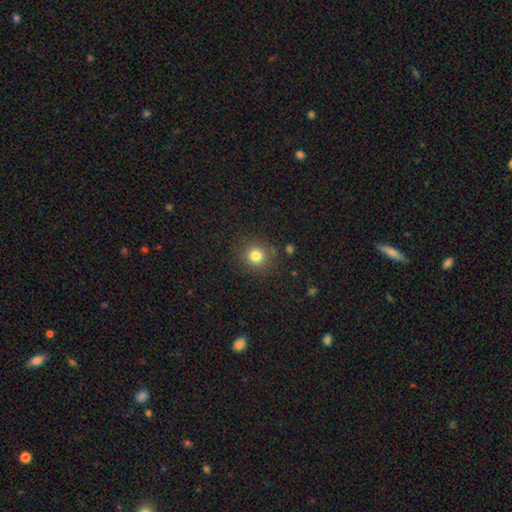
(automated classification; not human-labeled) Q: Smooth or featured?
A: smooth (81%); runner-up: star or artifact (13%)
Q: How rounded?
A: round (89%); runner-up: in between (10%)
Q: Merging?
A: none (85%); runner-up: minor disturbance (9%)